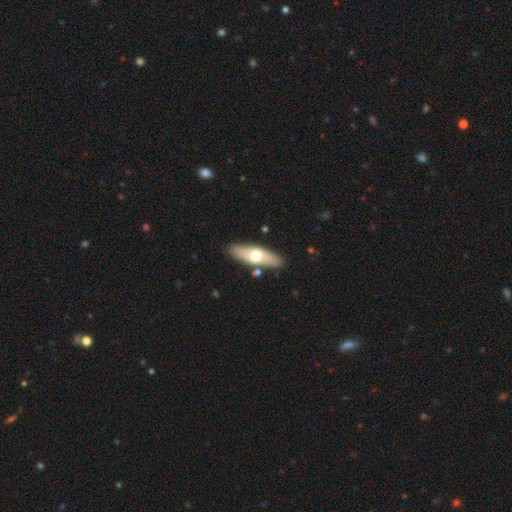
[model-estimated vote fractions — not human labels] A smooth galaxy with no disk features (53%) that is in between round and cigar-shaped (49%, tied with cigar-shaped).

Vote fractions:
- Smooth or featured? smooth: 53% / featured or disk: 42% / star or artifact: 5%
- How rounded? in between: 49% (tied) / cigar-shaped: 49% (tied) / round: 2%
- Merging? none: 84% / minor disturbance: 10% / merger: 4% / major disturbance: 2%